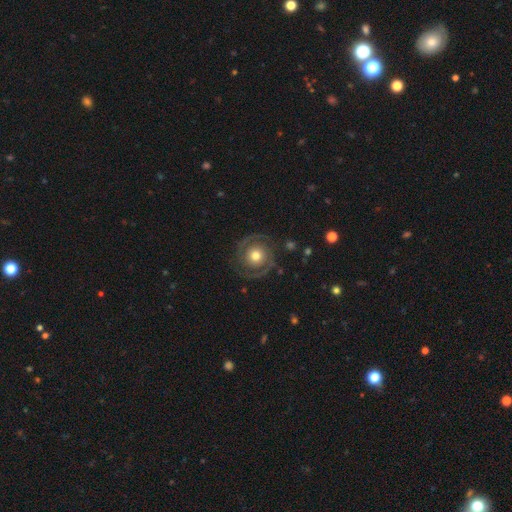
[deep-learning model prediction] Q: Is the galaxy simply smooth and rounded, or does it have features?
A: featured or disk — 82%.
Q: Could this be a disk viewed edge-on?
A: no — 98%.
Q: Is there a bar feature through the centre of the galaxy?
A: no — 81%.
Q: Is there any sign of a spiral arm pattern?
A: yes — 93%.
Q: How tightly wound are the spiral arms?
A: tight — 54%.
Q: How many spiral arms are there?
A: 2 — 89%.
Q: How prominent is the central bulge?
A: moderate — 72%.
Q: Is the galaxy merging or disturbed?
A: none — 83%.